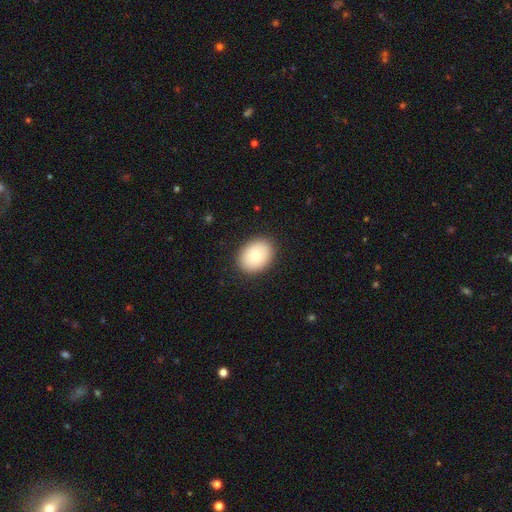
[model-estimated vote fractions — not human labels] Q: Smooth or featured?
A: smooth (77%); runner-up: featured or disk (15%)
Q: How rounded?
A: in between (60%); runner-up: round (39%)
Q: Merging?
A: none (89%); runner-up: minor disturbance (8%)